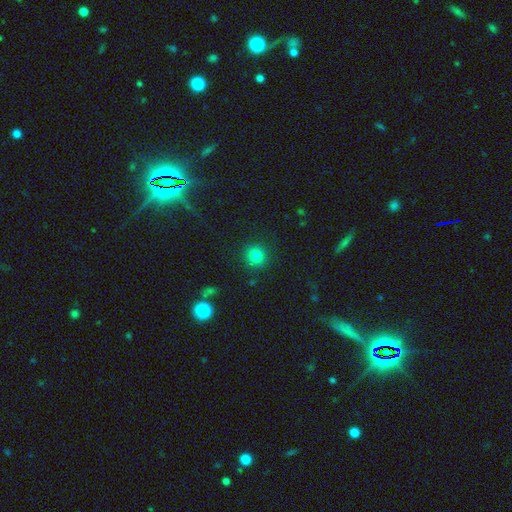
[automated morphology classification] This is clearly a smooth galaxy (82%). How rounded: clearly round (93%). Merging: clearly none (90%).